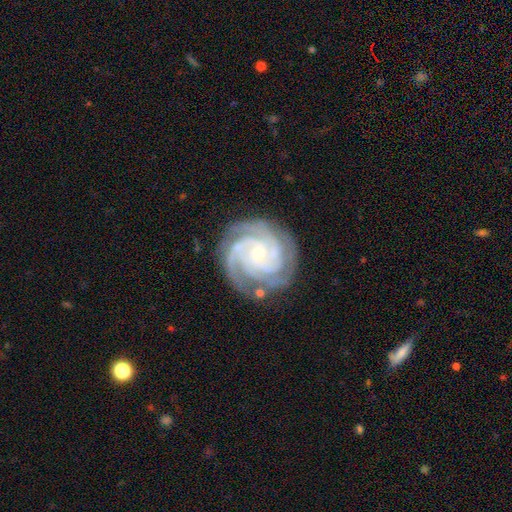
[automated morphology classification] This appears to be a featured or disk galaxy (92%) with no bar (69%), 3 (36%) tight (80%) spiral arms (99%) and a small central bulge (76%). Merging: none (80%).